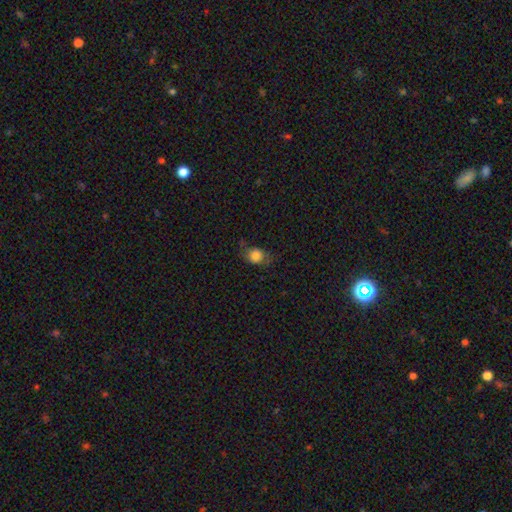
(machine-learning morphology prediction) A smooth galaxy with no disk features (79%) that is round (57%). Merging: none (60%).